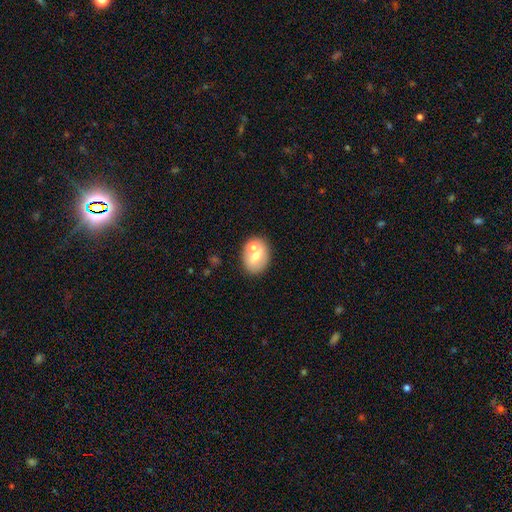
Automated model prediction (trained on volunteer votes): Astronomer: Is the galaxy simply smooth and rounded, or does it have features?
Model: smooth — 62%.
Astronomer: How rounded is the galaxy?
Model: in between — 55% (runner-up: round, 43%).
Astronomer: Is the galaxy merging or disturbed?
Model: none — 56%.